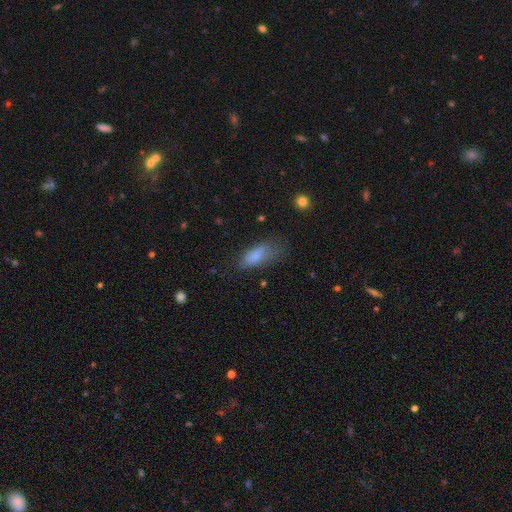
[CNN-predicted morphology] This appears to be a smooth galaxy with no disk features (77%) that is in between round and cigar-shaped (78%). Merging: none (42%).